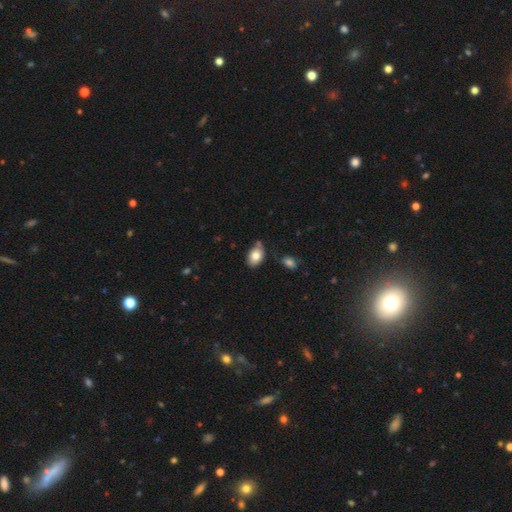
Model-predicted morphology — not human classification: Q: Smooth or featured?
A: smooth (80%); runner-up: featured or disk (12%)
Q: How rounded?
A: in between (84%); runner-up: round (15%)
Q: Merging?
A: none (63%); runner-up: minor disturbance (24%)